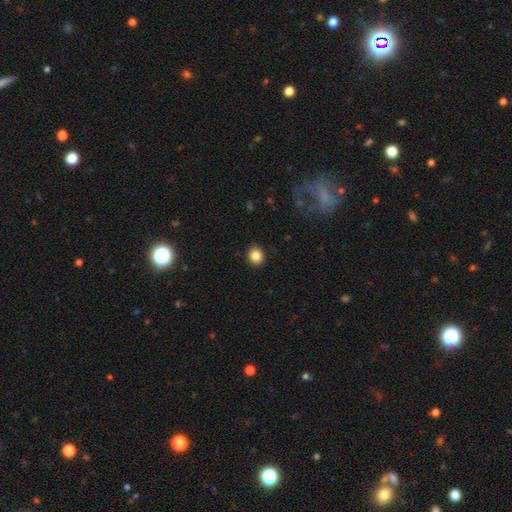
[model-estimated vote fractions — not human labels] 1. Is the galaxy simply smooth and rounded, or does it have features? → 86% smooth, 10% star or artifact, 4% featured or disk.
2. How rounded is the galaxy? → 81% round, 18% in between, 1% cigar-shaped.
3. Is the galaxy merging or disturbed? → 91% none, 6% minor disturbance, 2% major disturbance, 1% merger.